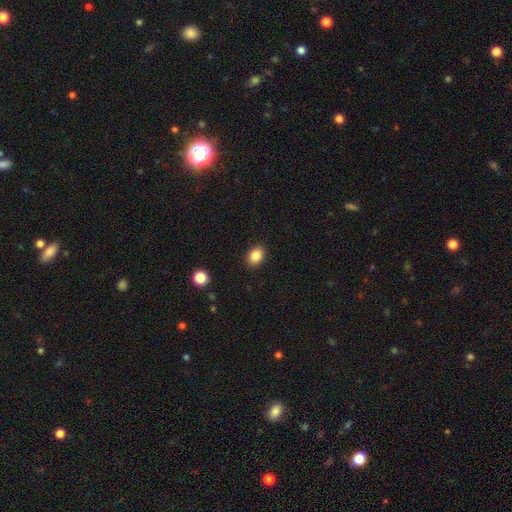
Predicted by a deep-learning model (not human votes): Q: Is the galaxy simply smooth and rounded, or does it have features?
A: smooth — 86%.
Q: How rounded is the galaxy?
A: in between — 69%.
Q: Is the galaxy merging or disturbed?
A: none — 89%.